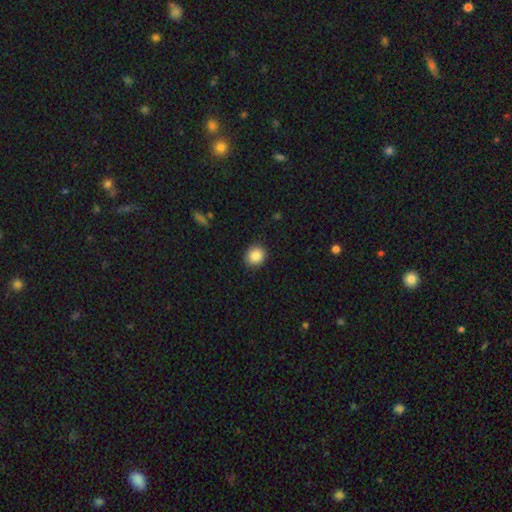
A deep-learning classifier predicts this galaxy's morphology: Q: Smooth or featured?
A: smooth (88%); runner-up: star or artifact (9%)
Q: How rounded?
A: round (81%); runner-up: in between (18%)
Q: Merging?
A: none (89%); runner-up: minor disturbance (8%)